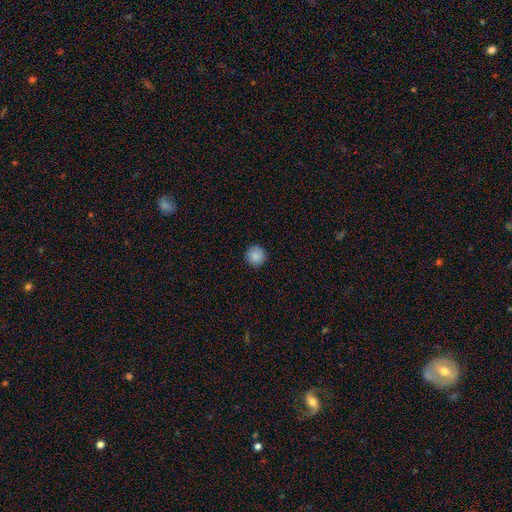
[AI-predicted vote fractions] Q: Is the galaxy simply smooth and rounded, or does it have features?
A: smooth — 86%.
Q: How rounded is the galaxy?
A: round — 94%.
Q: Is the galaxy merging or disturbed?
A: none — 89%.